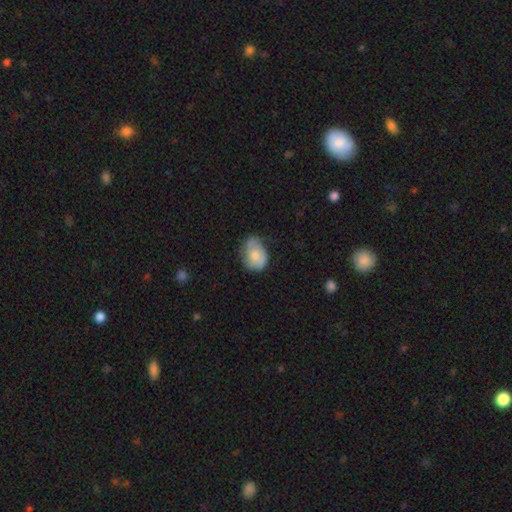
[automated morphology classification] Smooth or featured: smooth — 60% (featured or disk — 33%)
How rounded: in between — 68% (round — 31%)
Merging: none — 50% (minor disturbance — 36%)